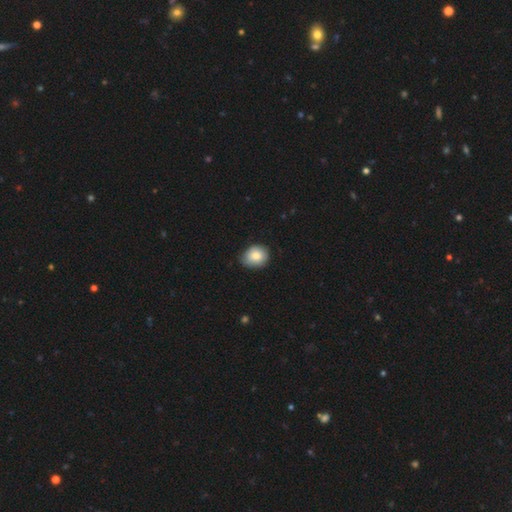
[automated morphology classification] Smooth or featured? Predicted: smooth (p=0.83). How rounded? Predicted: round (p=0.65). Merging? Predicted: none (p=0.70).